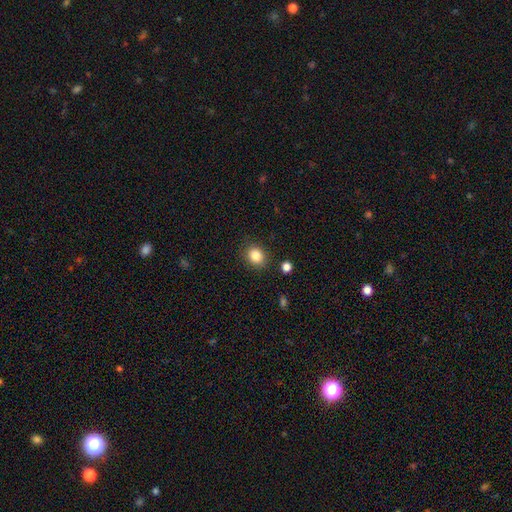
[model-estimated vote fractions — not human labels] Smooth or featured? Predicted: smooth (p=0.85). How rounded? Predicted: round (p=0.69). Merging? Predicted: none (p=0.86).